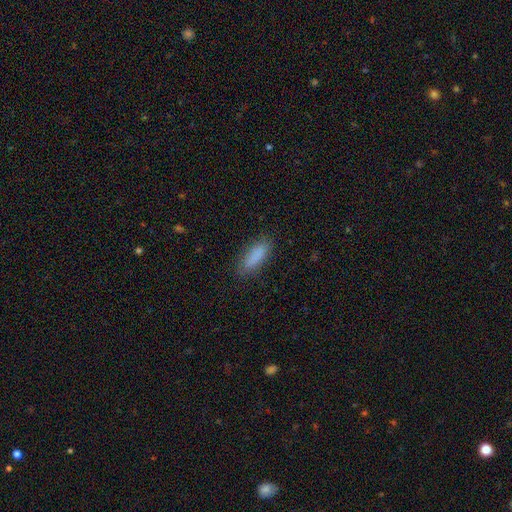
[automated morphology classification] type=smooth (86%); roundness=in between (54%); merging=none (84%).